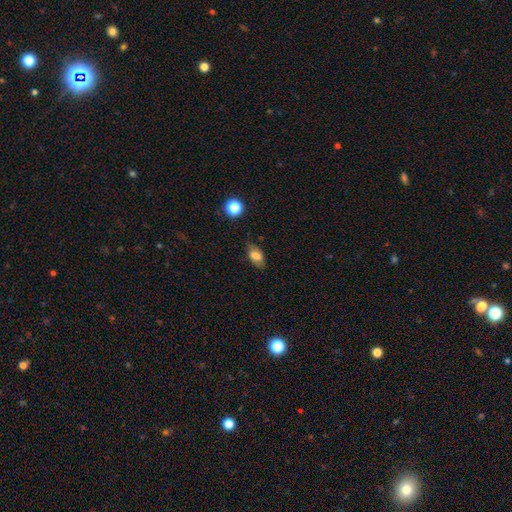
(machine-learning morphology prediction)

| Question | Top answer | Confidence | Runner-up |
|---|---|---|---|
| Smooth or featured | smooth | 74% | featured or disk (16%) |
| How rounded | in between | 88% | round (7%) |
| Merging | none | 75% | minor disturbance (18%) |